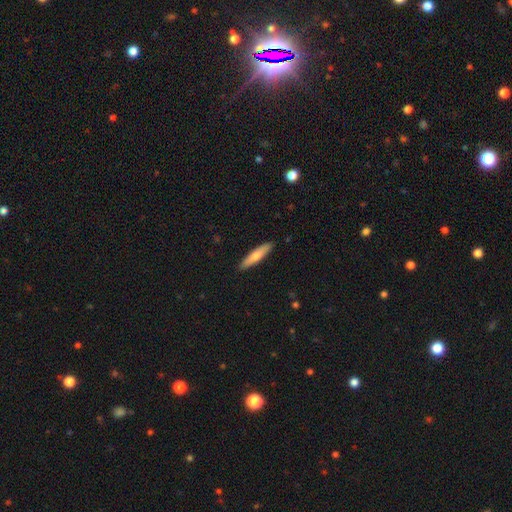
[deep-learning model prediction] smooth-or-featured: smooth: 66% | featured or disk: 29% | star or artifact: 5%
  how-rounded: cigar-shaped: 85% | in between: 14% | round: 1%
  merging: none: 91% | minor disturbance: 7% | major disturbance: 1% | merger: 1%